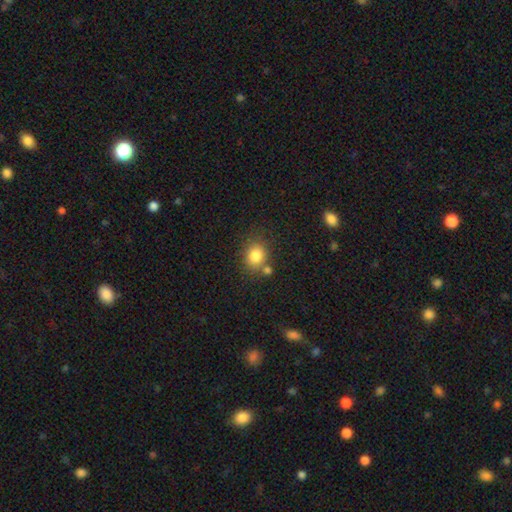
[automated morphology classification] Smooth or featured?
  - smooth: 83% *
  - star or artifact: 10%
  - featured or disk: 7%
How rounded?
  - round: 57% *
  - in between: 42%
  - cigar-shaped: 1%
Merging?
  - none: 65% *
  - merger: 17%
  - minor disturbance: 14%
  - major disturbance: 4%